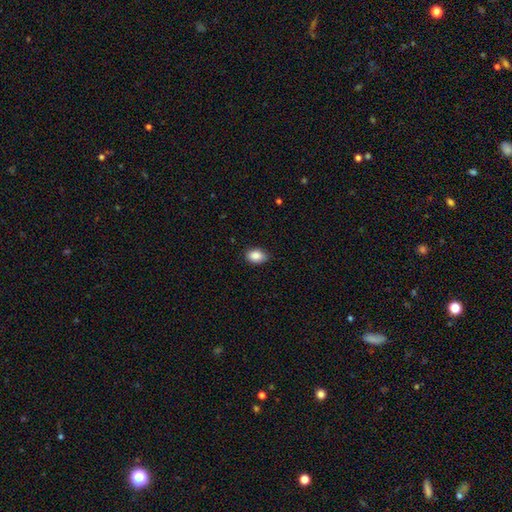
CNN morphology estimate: Overall: smooth (88%). How rounded: in between (82%). Merging: none (82%).